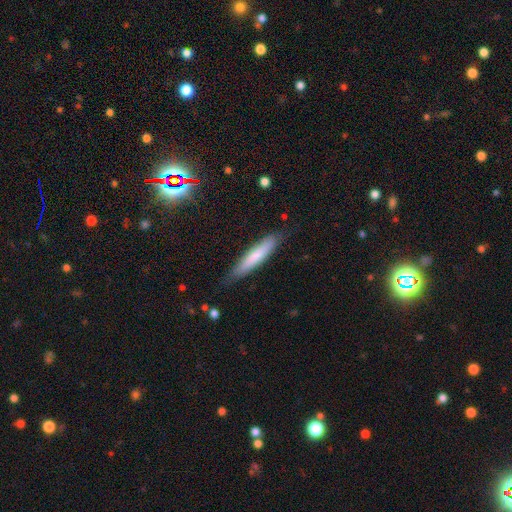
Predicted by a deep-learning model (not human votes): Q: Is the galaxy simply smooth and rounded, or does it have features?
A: smooth — 72%.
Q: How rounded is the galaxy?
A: cigar-shaped — 87%.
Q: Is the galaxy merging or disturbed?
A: none — 81%.